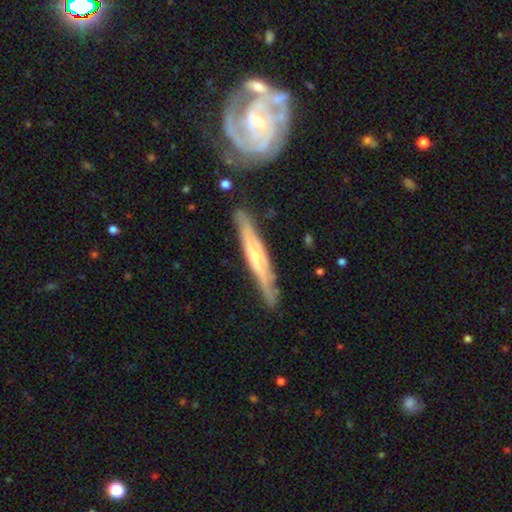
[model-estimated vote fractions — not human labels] The model was most divided on "edge-on bulge": rounded: 66%, none: 27%, boxy: 6%. More confident: edge-on disk — yes (88%); merging — none (82%); smooth or featured — featured or disk (69%).